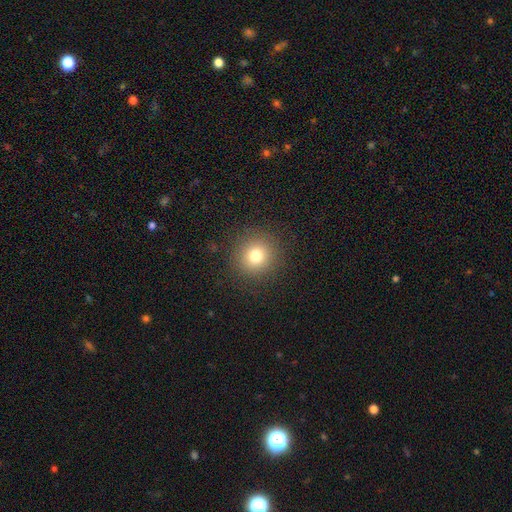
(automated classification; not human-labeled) smooth-or-featured: smooth: 78% | star or artifact: 14% | featured or disk: 9%
  how-rounded: round: 92% | in between: 7% | cigar-shaped: 1%
  merging: none: 90% | minor disturbance: 6% | major disturbance: 3% | merger: 1%